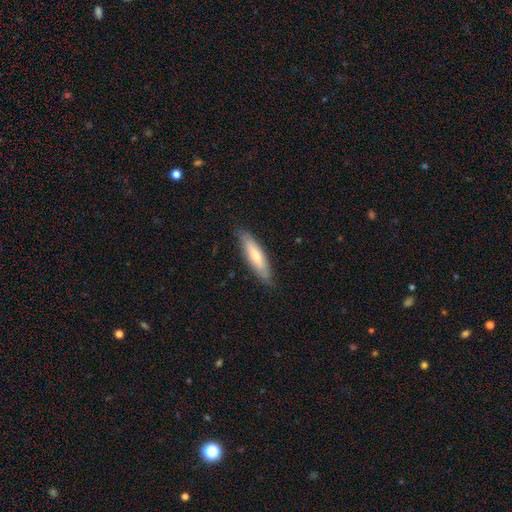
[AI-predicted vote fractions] Smooth or featured?
  - smooth: 67% *
  - featured or disk: 28%
  - star or artifact: 5%
How rounded?
  - cigar-shaped: 69% *
  - in between: 29%
  - round: 1%
Merging?
  - none: 83% *
  - minor disturbance: 14%
  - major disturbance: 2%
  - merger: 1%